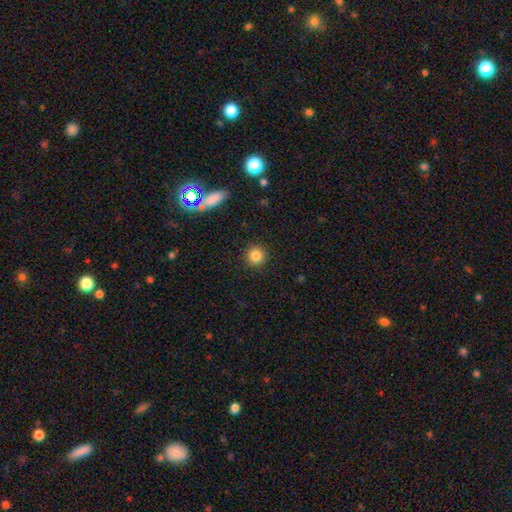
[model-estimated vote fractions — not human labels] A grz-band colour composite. It shows a smooth galaxy with no disk features (84%) that is round (93%). Merging: none (91%).